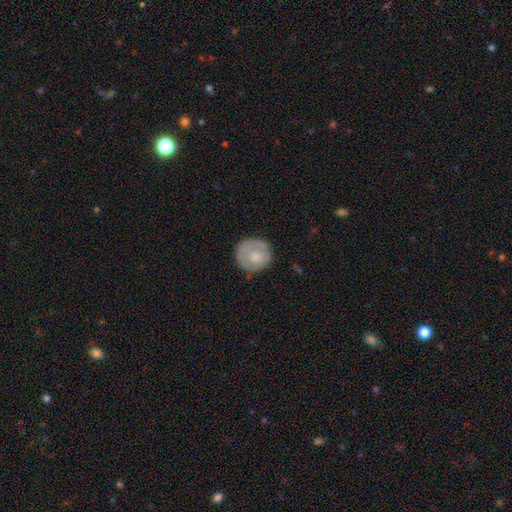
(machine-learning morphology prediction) A smooth galaxy with no disk features (70%) that is round (91%). Merging: none (75%).